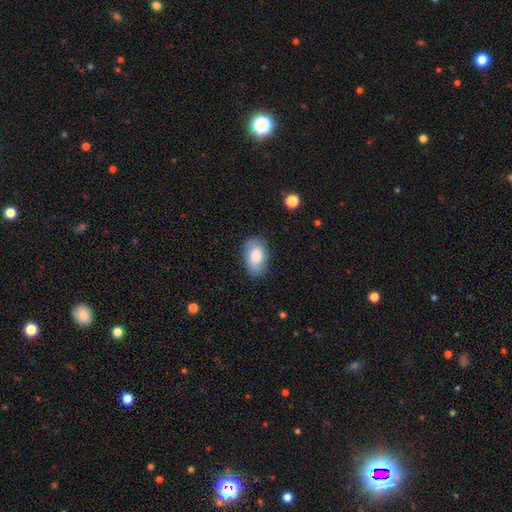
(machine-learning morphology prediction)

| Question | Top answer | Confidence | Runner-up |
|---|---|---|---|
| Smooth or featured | smooth | 80% | featured or disk (14%) |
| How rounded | in between | 93% | round (6%) |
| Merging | none | 79% | minor disturbance (16%) |